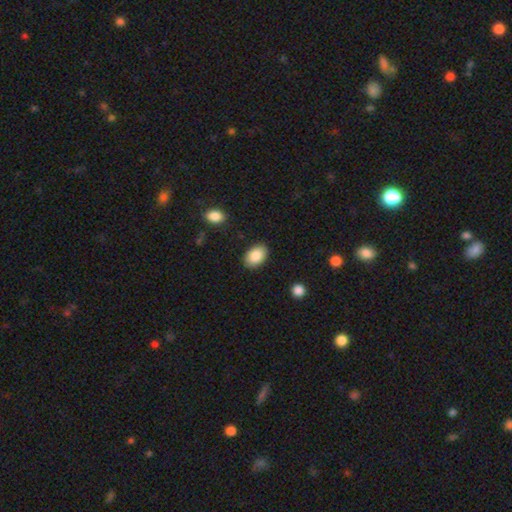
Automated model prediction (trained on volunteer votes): Morphology: type=smooth (87%); roundness=in between (87%); merging=none (87%).